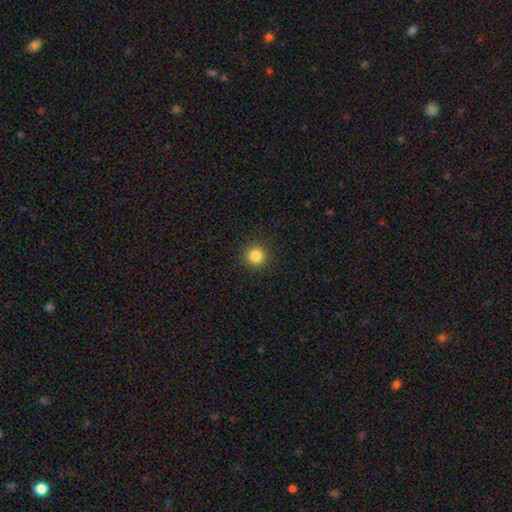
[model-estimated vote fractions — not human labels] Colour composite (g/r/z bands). It shows a smooth galaxy with no disk features (84%) that is round (95%). Merging: none (92%).